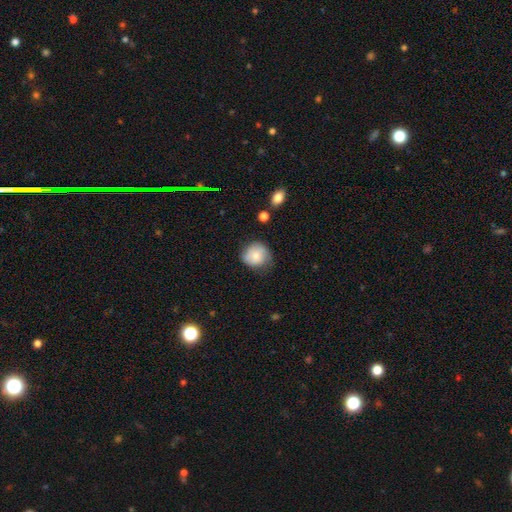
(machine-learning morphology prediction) smooth_or_featured: smooth (p=0.72) [alt: featured or disk p=0.20]
how_rounded: round (p=0.83) [alt: in between p=0.16]
merging: none (p=0.65) [alt: minor disturbance p=0.26]